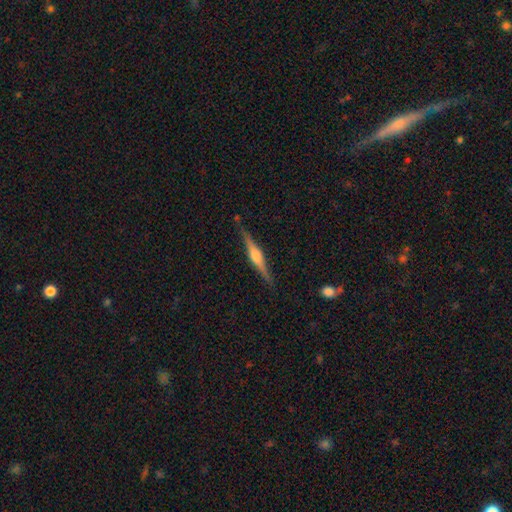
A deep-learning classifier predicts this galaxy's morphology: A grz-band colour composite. It shows a featured or disk galaxy (76%) viewed edge-on (98%) with a rounded central bulge (81%). Merging: none (88%).